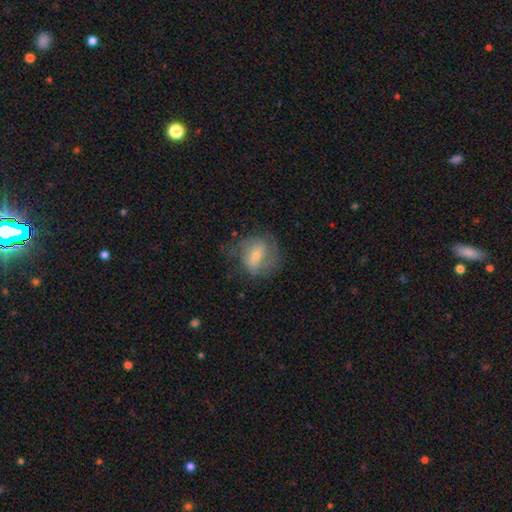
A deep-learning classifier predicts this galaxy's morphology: Smooth or featured? Predicted: featured or disk (p=0.66). Edge-on disk? Predicted: no (p=0.97). Bar? Predicted: weak (p=0.50). Spiral arms? Predicted: yes (p=0.86). Spiral winding? Predicted: medium (p=0.45). Spiral arm count? Predicted: 2 (p=0.60). Bulge size? Predicted: small (p=0.52). Merging? Predicted: none (p=0.61).